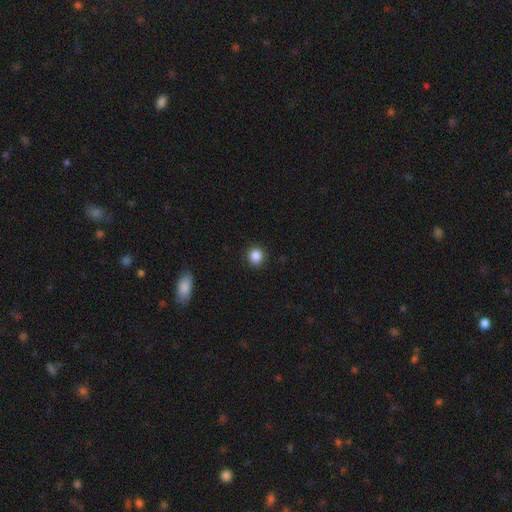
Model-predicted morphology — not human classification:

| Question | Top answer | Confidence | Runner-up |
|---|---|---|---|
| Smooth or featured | smooth | 86% | star or artifact (10%) |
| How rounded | round | 87% | in between (12%) |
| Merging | none | 91% | minor disturbance (6%) |